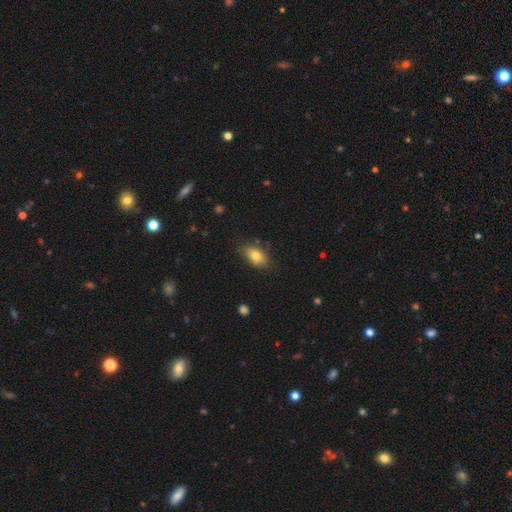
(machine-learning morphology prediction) smooth_or_featured: smooth (p=0.80) [alt: featured or disk p=0.12]
how_rounded: in between (p=0.88) [alt: round p=0.10]
merging: none (p=0.75) [alt: minor disturbance p=0.19]